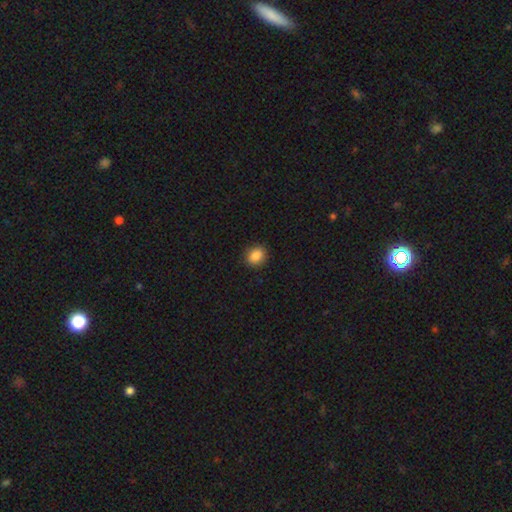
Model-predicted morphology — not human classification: A smooth galaxy with no disk features (87%) that is round (59%). Merging: none (89%).